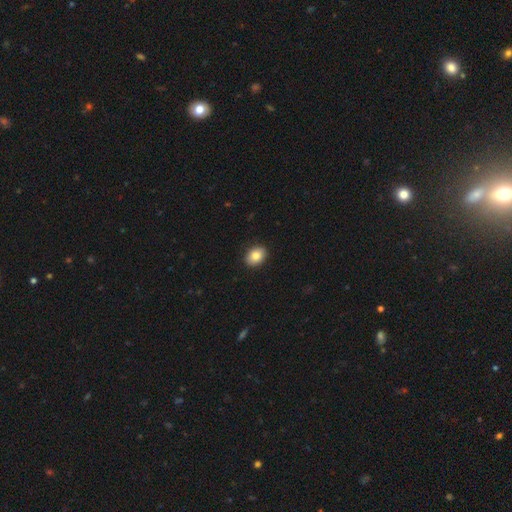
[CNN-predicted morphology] Smooth or featured?
  - smooth: 85% *
  - star or artifact: 8%
  - featured or disk: 7%
How rounded?
  - in between: 69% *
  - round: 30%
  - cigar-shaped: 1%
Merging?
  - none: 91% *
  - minor disturbance: 7%
  - major disturbance: 2%
  - merger: 1%